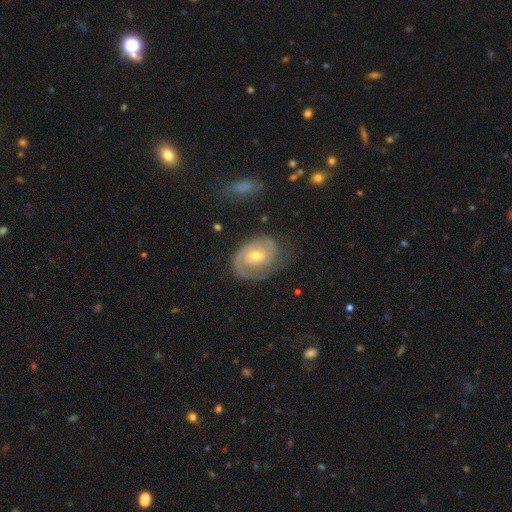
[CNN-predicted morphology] smooth-or-featured: featured or disk: 83% | smooth: 12% | star or artifact: 5%
  disk-edge-on: no: 97% | yes: 3%
    bar: no: 66% | weak: 28% | strong: 6%
    has-spiral-arms: yes: 93% | no: 7%
      spiral-winding: tight: 65% | medium: 27% | loose: 8%
      spiral-arm-count: 2: 49% | 1: 21% | can't tell: 18% | 3: 7% | 4: 2% | more than 4: 2%
    bulge-size: moderate: 54% | small: 42% | large: 2% | none: 1% | dominant: 1%
  merging: none: 67% | minor disturbance: 21% | major disturbance: 10% | merger: 2%